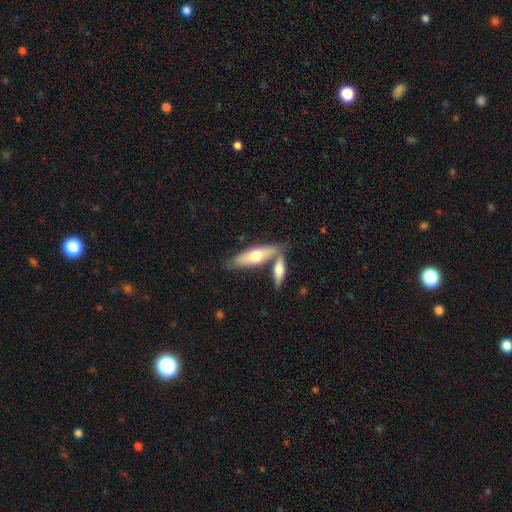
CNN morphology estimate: Overall: smooth (57%; featured or disk 38%). How rounded: cigar-shaped (54%; in between 44%). Merging: none (54%; merger 33%).